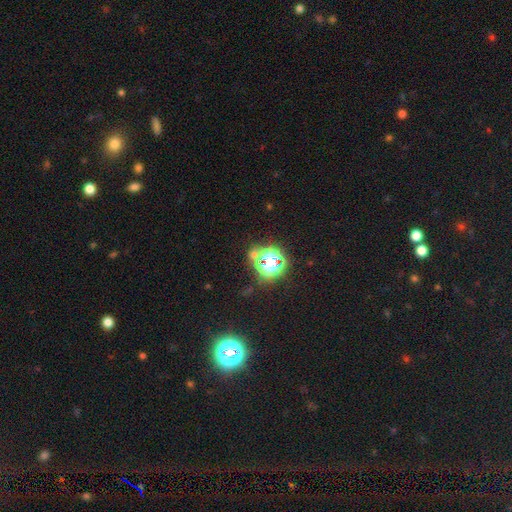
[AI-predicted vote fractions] Q: Smooth or featured?
A: star or artifact (68%); runner-up: smooth (23%)